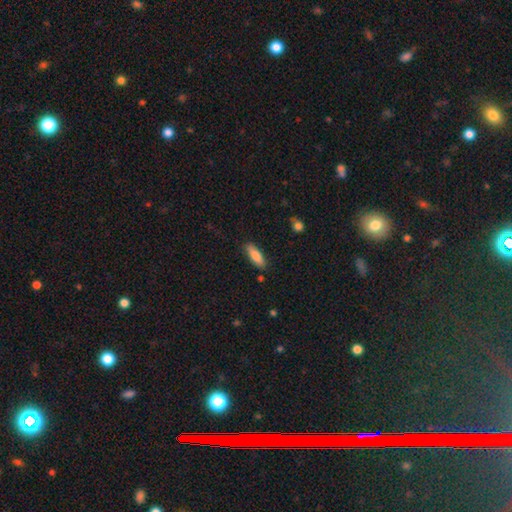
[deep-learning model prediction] Overall: smooth (82%). How rounded: in between (54%; cigar-shaped 45%). Merging: none (84%).